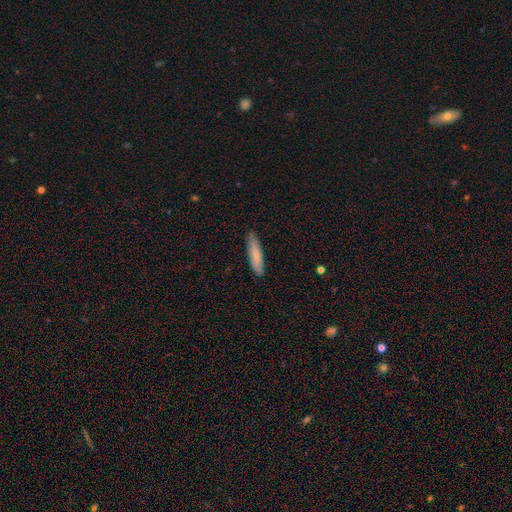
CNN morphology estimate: A smooth galaxy with no disk features (80%) that is cigar-shaped (80%). Merging: none (85%).